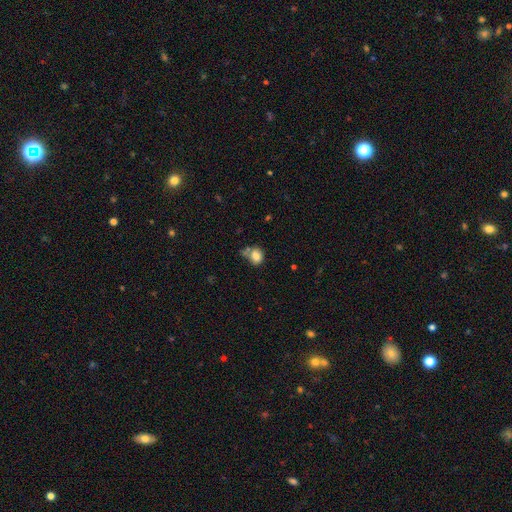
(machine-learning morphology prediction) This appears to be a smooth galaxy with no disk features (80%) that is round (54%). Merging: none (50%).